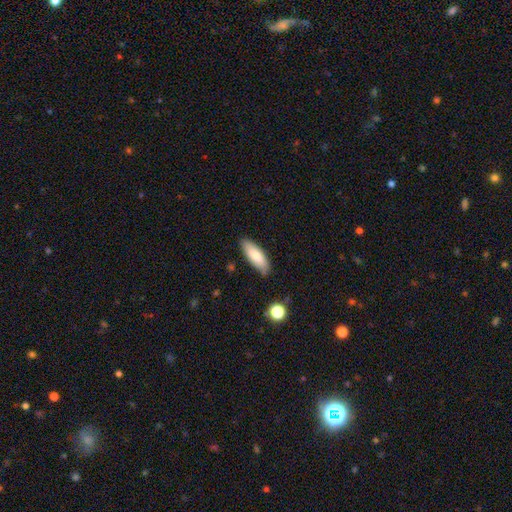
This is clearly a smooth galaxy (84%). How rounded: possibly in between (52%). Merging: likely none (74%).